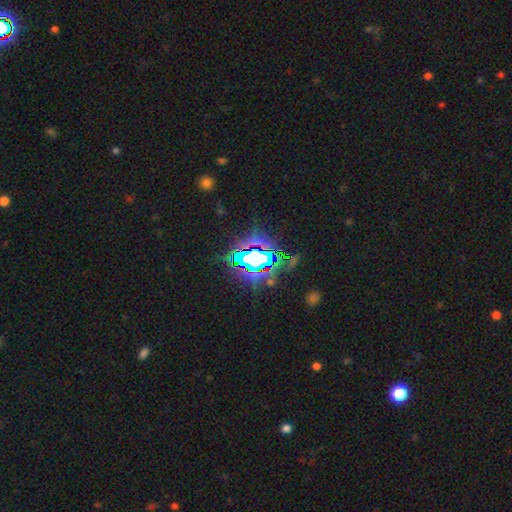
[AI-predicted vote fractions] Morphology: type=star or artifact (72%).